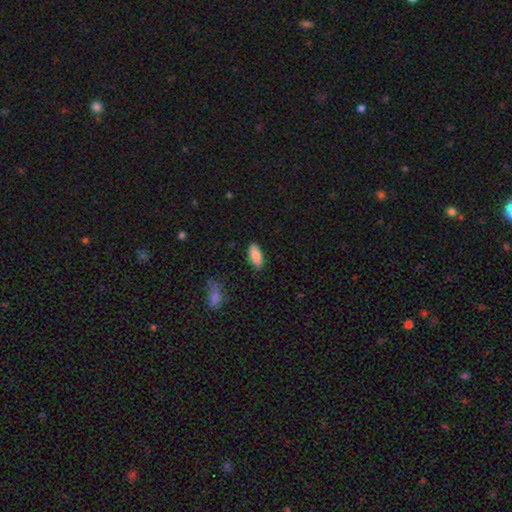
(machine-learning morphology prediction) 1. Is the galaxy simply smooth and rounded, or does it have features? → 85% smooth, 9% featured or disk, 6% star or artifact.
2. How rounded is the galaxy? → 85% in between, 13% cigar-shaped, 2% round.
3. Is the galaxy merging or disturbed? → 84% none, 12% minor disturbance, 2% major disturbance, 2% merger.